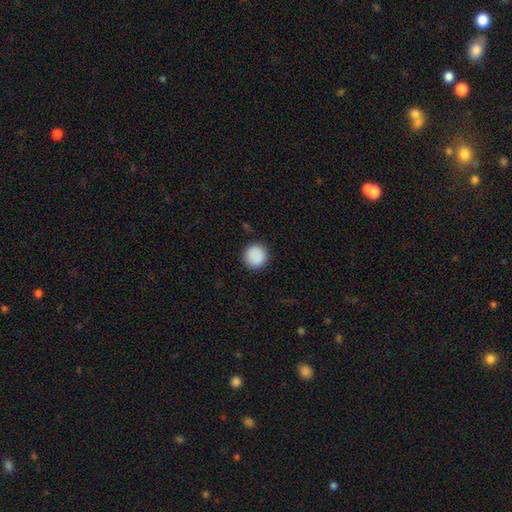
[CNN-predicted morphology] Smooth or featured? smooth (90%)
How rounded? round (95%)
Merging? none (91%)